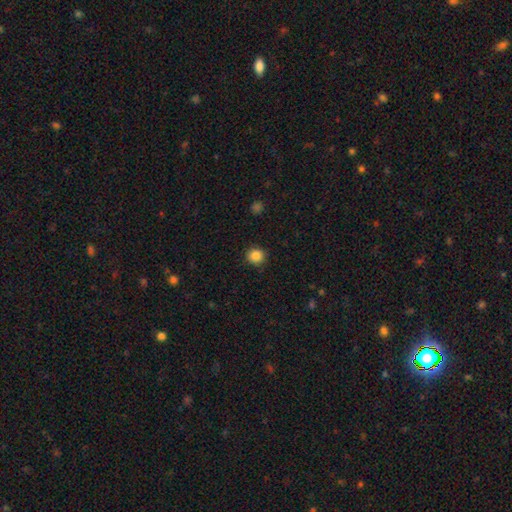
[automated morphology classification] Q: Smooth or featured?
A: smooth (85%); runner-up: star or artifact (11%)
Q: How rounded?
A: round (90%); runner-up: in between (9%)
Q: Merging?
A: none (90%); runner-up: minor disturbance (7%)